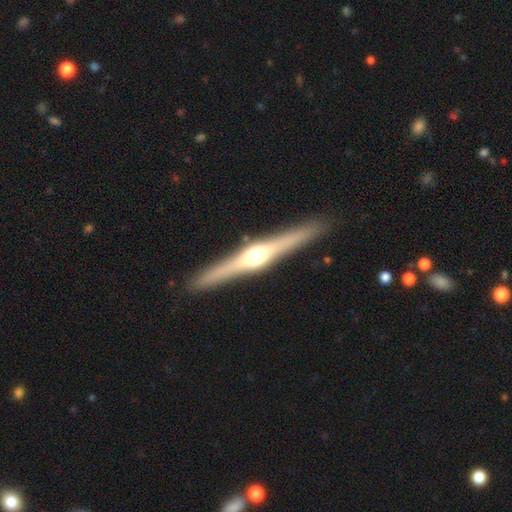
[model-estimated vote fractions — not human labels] The model was most divided on "smooth or featured": featured or disk: 71%, smooth: 23%, star or artifact: 6%. More confident: edge-on disk — yes (97%); edge-on bulge — rounded (93%); merging — none (90%).